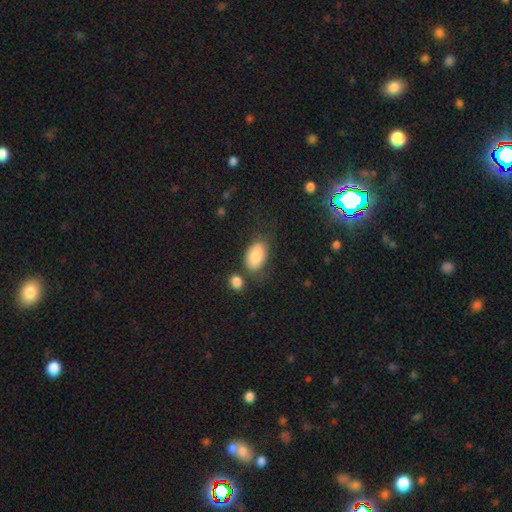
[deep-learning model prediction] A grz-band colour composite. It shows a smooth galaxy with no disk features (83%) that is in between round and cigar-shaped (92%). Merging: none (62%).